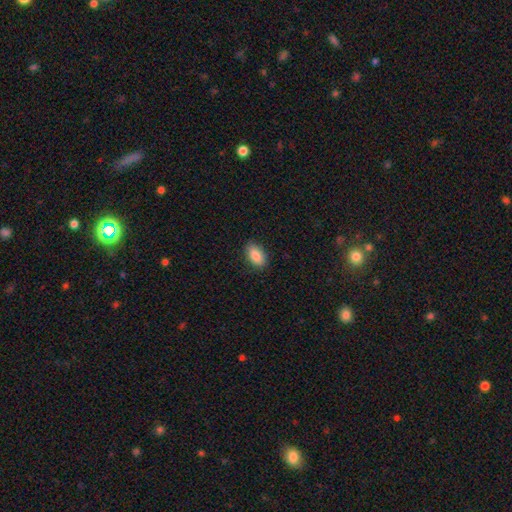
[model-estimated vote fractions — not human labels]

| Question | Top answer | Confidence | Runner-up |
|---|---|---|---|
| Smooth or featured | smooth | 87% | star or artifact (7%) |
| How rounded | in between | 92% | round (5%) |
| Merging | none | 87% | minor disturbance (9%) |